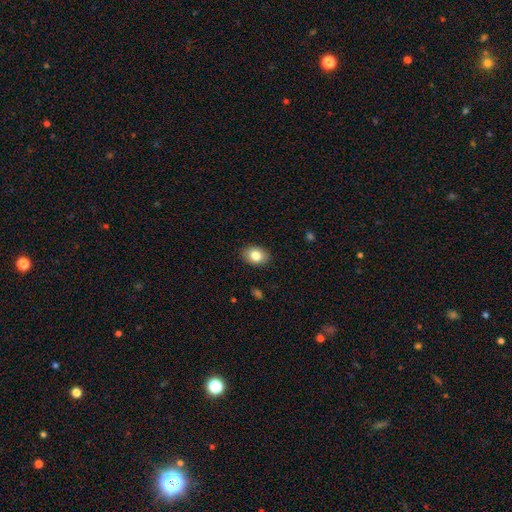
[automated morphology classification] smooth_or_featured: smooth (p=0.83) [alt: featured or disk p=0.09]
how_rounded: in between (p=0.72) [alt: round p=0.27]
merging: none (p=0.89) [alt: minor disturbance p=0.08]